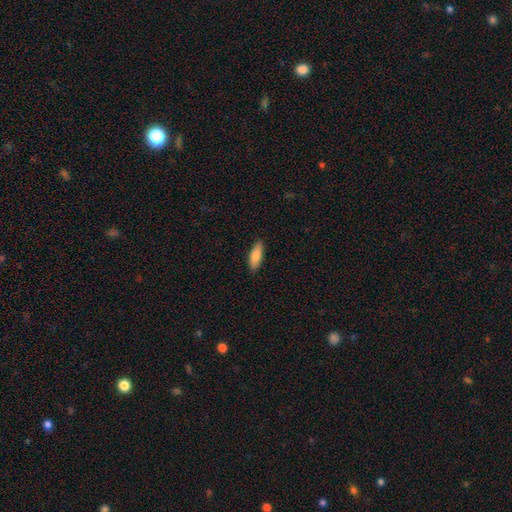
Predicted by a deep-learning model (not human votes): smooth 83%, featured or disk 11%, star or artifact 6%. Down the decision tree: how rounded — in between (60%); merging — none (89%).